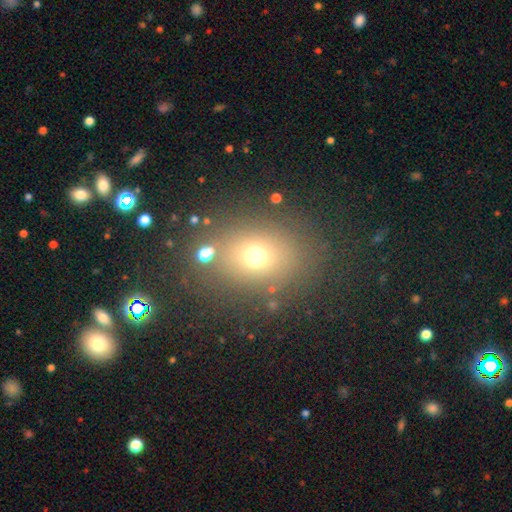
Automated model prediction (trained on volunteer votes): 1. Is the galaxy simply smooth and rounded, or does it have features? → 67% smooth, 21% star or artifact, 13% featured or disk.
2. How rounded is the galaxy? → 53% round, 45% in between, 1% cigar-shaped.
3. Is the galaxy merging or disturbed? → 77% none, 11% minor disturbance, 6% major disturbance, 6% merger.